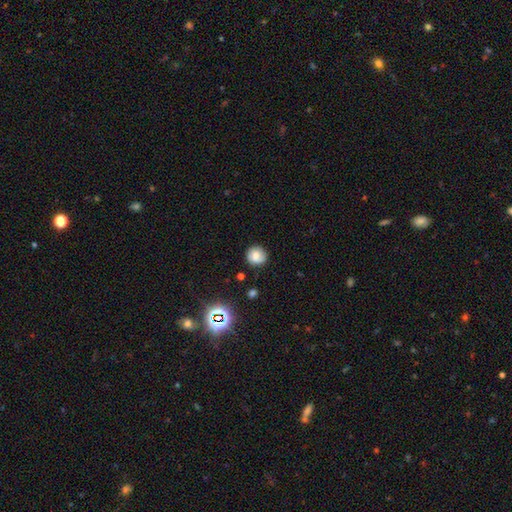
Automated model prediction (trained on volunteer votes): Smooth or featured? Predicted: smooth (p=0.70). How rounded? Predicted: round (p=0.90). Merging? Predicted: none (p=0.85).